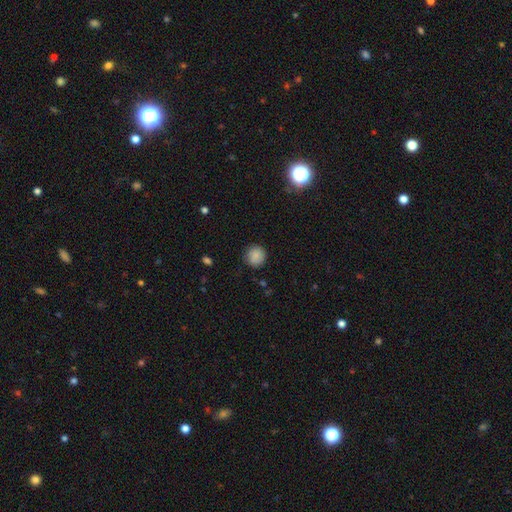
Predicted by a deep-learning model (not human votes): This is clearly a smooth galaxy (87%). How rounded: clearly round (92%). Merging: clearly none (86%).